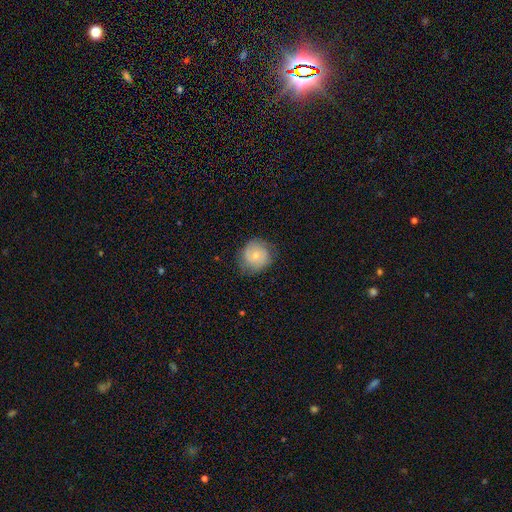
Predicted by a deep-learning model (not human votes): smooth-or-featured: featured or disk: 46% (tied) | smooth: 46% (tied) | star or artifact: 7%
  merging: none: 74% | minor disturbance: 19% | major disturbance: 6% | merger: 1%